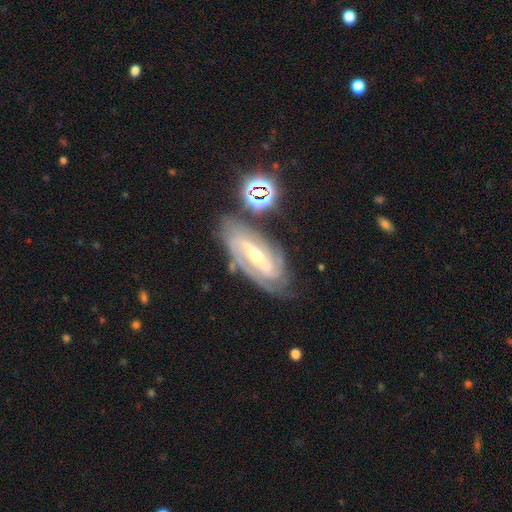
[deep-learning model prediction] A featured or disk galaxy (87%) with a strong bar (46%), 2 (42%) tight (61%) spiral arms (97%) and a small central bulge (56%). Merging: none (74%).